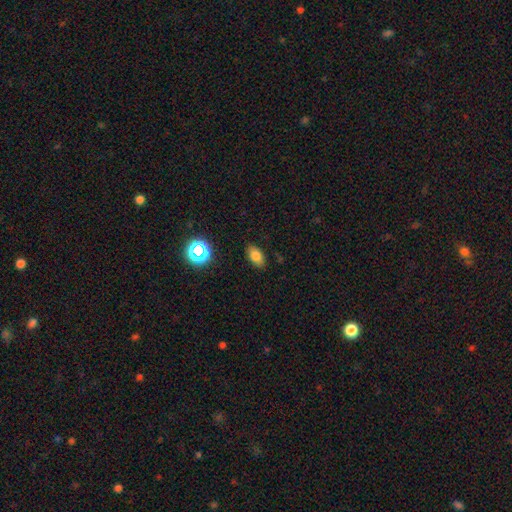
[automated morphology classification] smooth 78%, star or artifact 14%, featured or disk 8%. Down the decision tree: how rounded — in between (89%); merging — none (86%).